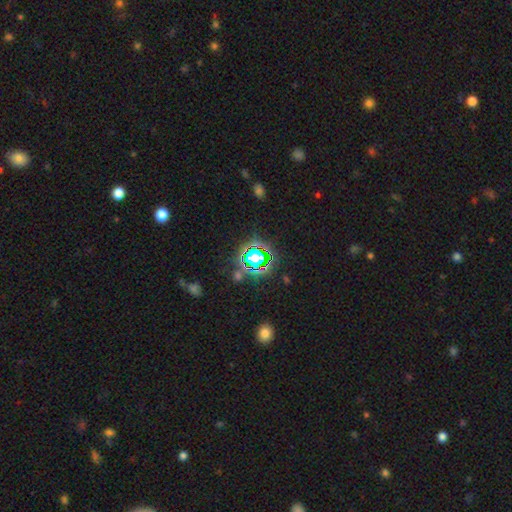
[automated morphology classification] star or artifact 75%, smooth 17%, featured or disk 8%.